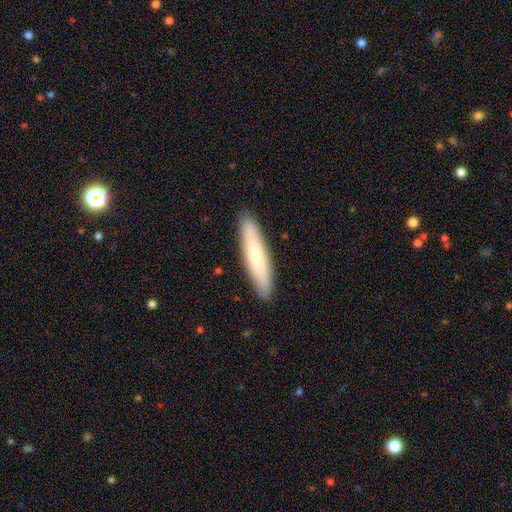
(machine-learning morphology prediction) This is likely a smooth galaxy (69%). How rounded: clearly cigar-shaped (84%). Merging: clearly none (89%).